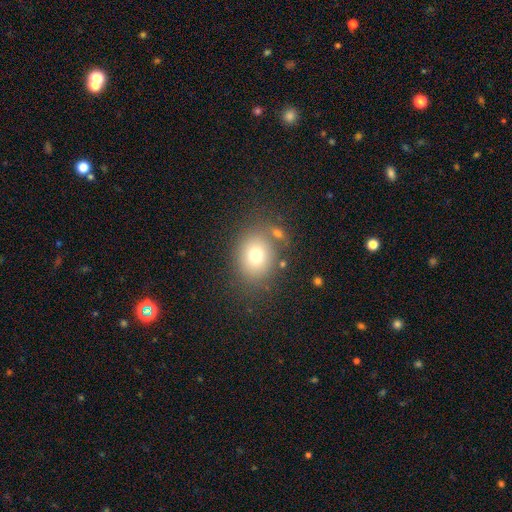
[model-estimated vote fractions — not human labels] Q: Smooth or featured?
A: smooth (74%); runner-up: star or artifact (13%)
Q: How rounded?
A: round (60%); runner-up: in between (39%)
Q: Merging?
A: none (72%); runner-up: minor disturbance (13%)